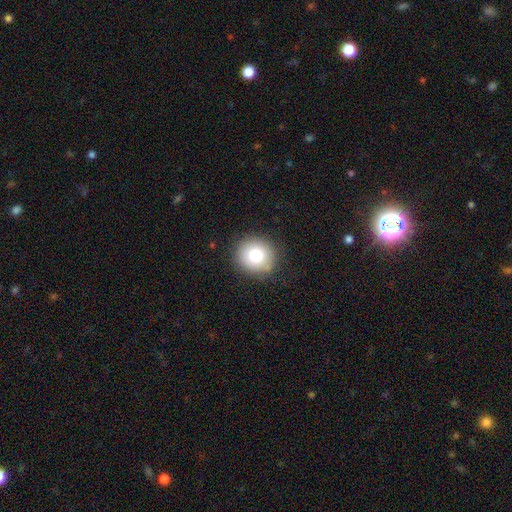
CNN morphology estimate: The model was most divided on "smooth or featured": smooth: 78%, featured or disk: 11%, star or artifact: 10%. More confident: how rounded — round (89%); merging — none (86%).